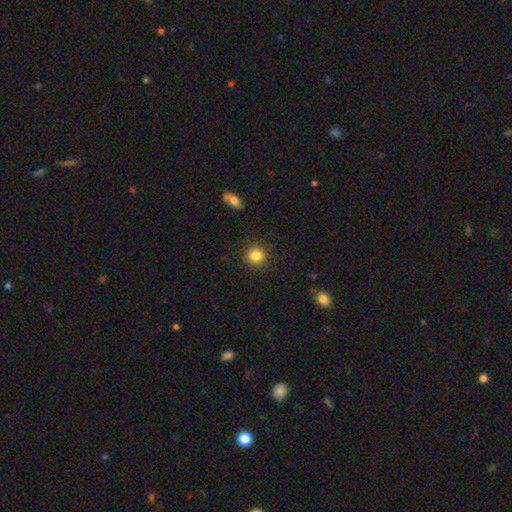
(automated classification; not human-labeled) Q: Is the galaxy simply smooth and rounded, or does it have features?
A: smooth — 84%.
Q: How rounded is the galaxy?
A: round — 93%.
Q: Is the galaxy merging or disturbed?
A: none — 90%.